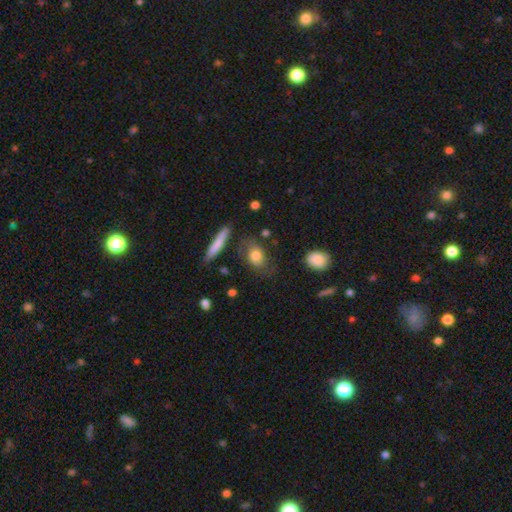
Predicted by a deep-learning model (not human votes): smooth-or-featured: smooth: 68% | featured or disk: 23% | star or artifact: 8%
  how-rounded: in between: 74% | round: 20% | cigar-shaped: 6%
  merging: none: 59% | minor disturbance: 23% | major disturbance: 12% | merger: 5%